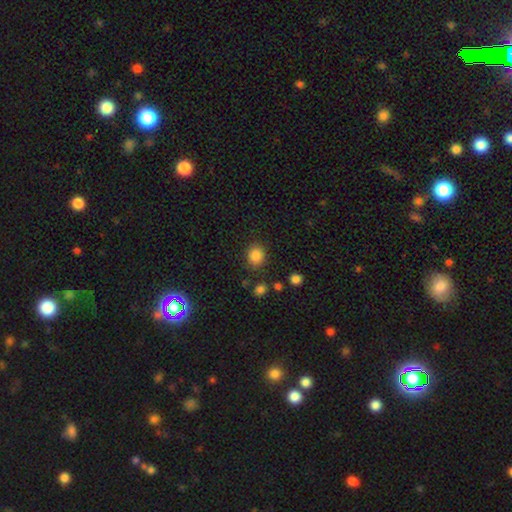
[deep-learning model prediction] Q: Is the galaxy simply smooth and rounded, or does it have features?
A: smooth — 85%.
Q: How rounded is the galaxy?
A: round — 67%.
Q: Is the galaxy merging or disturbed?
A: none — 84%.